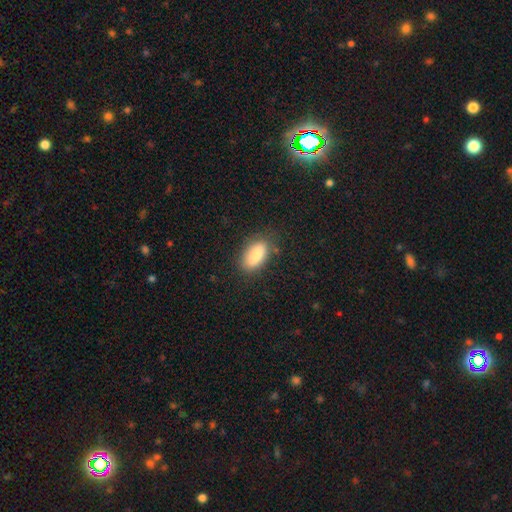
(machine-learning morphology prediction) Overall: smooth (84%). How rounded: in between (86%). Merging: none (78%).